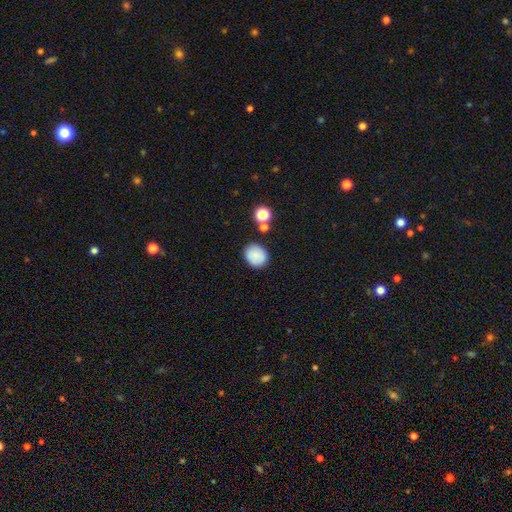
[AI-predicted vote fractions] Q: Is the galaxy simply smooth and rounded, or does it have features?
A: smooth — 85%.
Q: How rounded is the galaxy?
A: round — 71%.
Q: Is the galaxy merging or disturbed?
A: none — 82%.